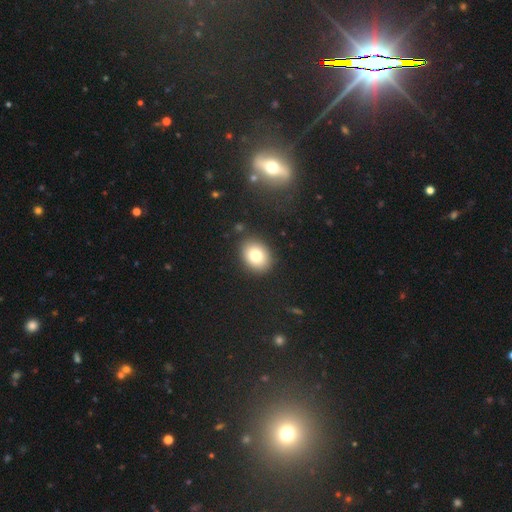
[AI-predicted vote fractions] smooth 79%, star or artifact 11%, featured or disk 11%. Down the decision tree: how rounded — in between (56%); merging — none (87%).